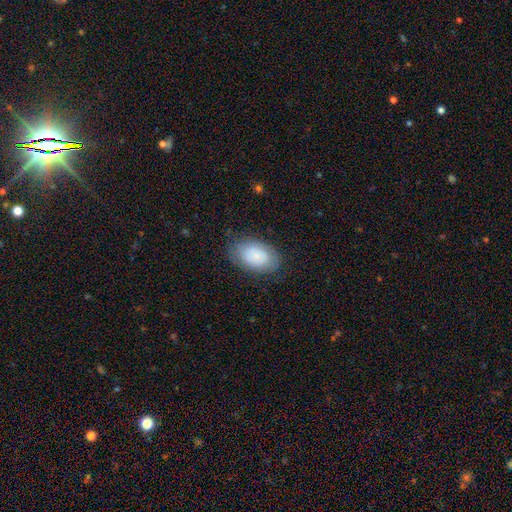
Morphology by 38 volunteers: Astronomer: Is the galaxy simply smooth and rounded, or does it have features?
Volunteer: smooth — 74%.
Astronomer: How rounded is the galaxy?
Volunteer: in between — 96%.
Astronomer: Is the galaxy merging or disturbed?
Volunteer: none — 72%.